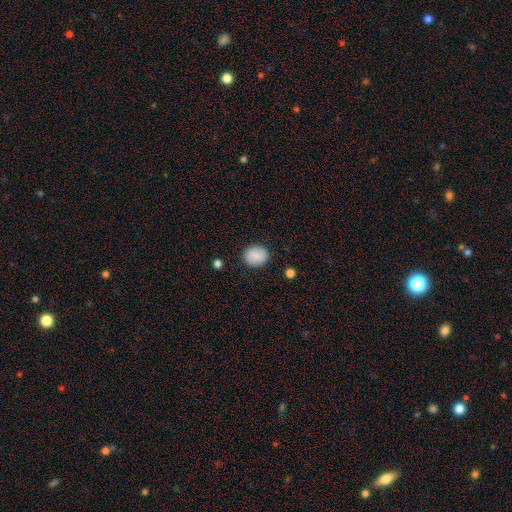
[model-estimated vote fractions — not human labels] smooth 87%, star or artifact 8%, featured or disk 6%. Down the decision tree: how rounded — round (68%); merging — none (88%).